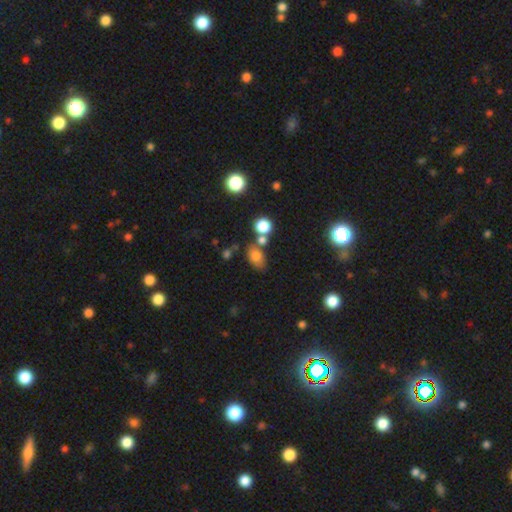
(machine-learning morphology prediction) The model was most divided on "merging": none: 57%, merger: 20%, minor disturbance: 17%, major disturbance: 6%. More confident: how rounded — in between (81%); smooth or featured — smooth (74%).